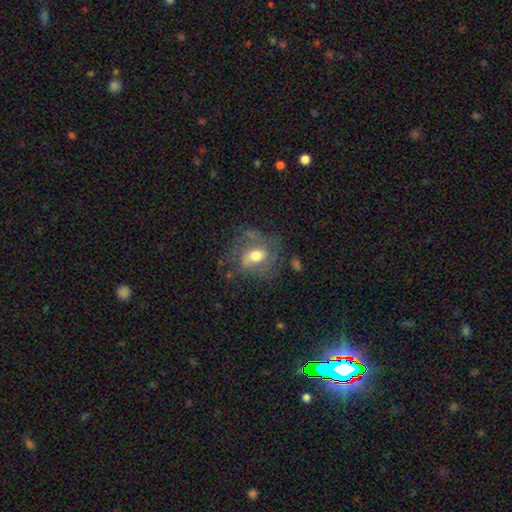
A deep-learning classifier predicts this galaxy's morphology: This appears to be a featured or disk galaxy (51%). Merging: none (59%).